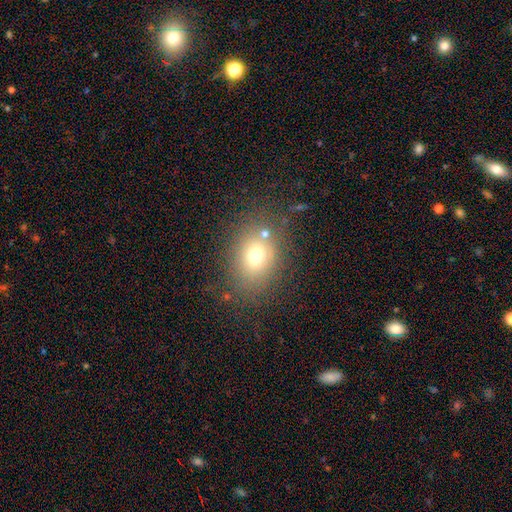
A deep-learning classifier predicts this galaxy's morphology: type=smooth (71%); roundness=in between (63%); merging=none (73%).